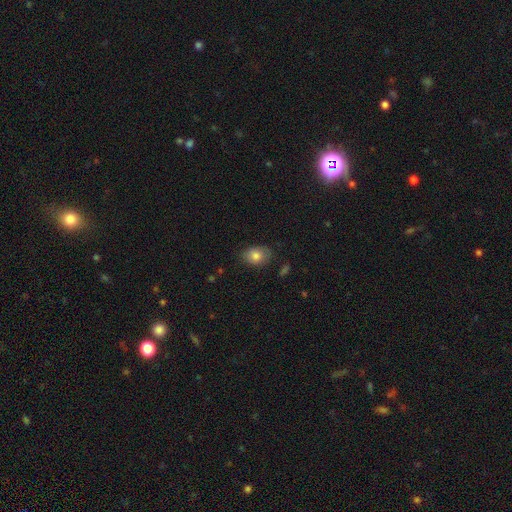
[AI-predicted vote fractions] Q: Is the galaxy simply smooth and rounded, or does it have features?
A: smooth — 81%.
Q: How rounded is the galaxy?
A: in between — 74%.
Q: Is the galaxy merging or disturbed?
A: none — 79%.